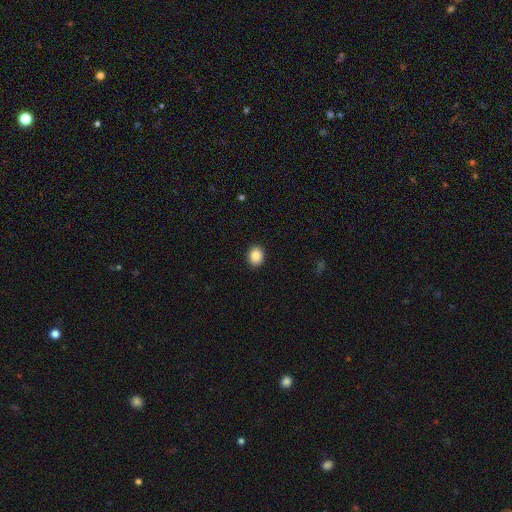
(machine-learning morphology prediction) smooth_or_featured: smooth (p=0.88) [alt: star or artifact p=0.08]
how_rounded: round (p=0.57) [alt: in between p=0.42]
merging: none (p=0.91) [alt: minor disturbance p=0.06]